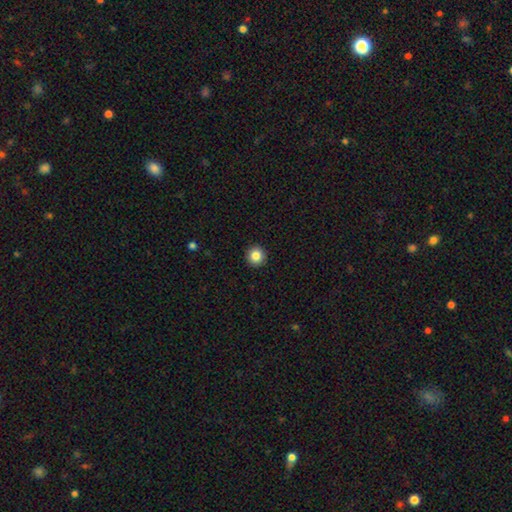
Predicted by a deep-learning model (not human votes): smooth-or-featured: smooth: 84% | star or artifact: 10% | featured or disk: 6%
  how-rounded: round: 95% | in between: 4% | cigar-shaped: 1%
  merging: none: 94% | minor disturbance: 4% | major disturbance: 1% | merger: 1%